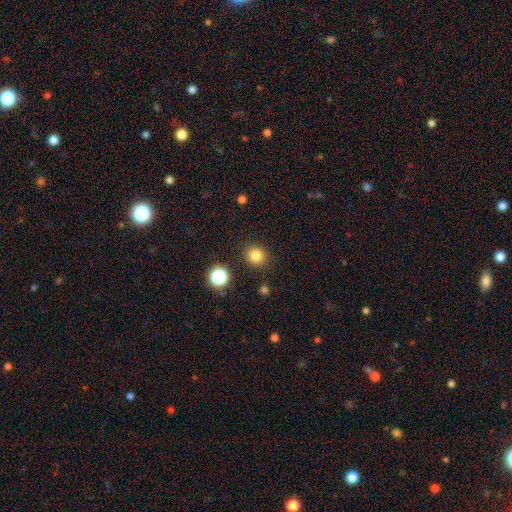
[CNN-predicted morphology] smooth 82%, star or artifact 13%, featured or disk 5%. Down the decision tree: how rounded — round (88%); merging — none (89%).